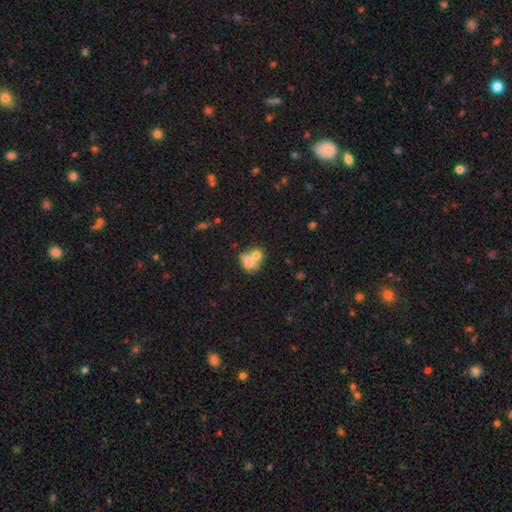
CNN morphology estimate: Smooth or featured? smooth (66%)
How rounded? round (55%)
Merging? merger (65%)